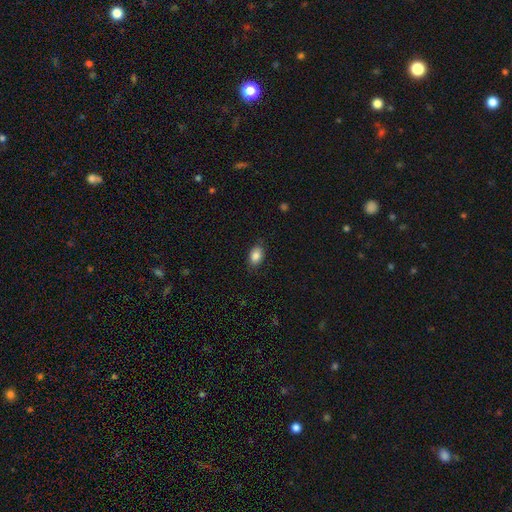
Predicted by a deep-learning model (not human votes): Q: Smooth or featured?
A: smooth (85%); runner-up: star or artifact (8%)
Q: How rounded?
A: in between (83%); runner-up: round (16%)
Q: Merging?
A: none (81%); runner-up: minor disturbance (15%)